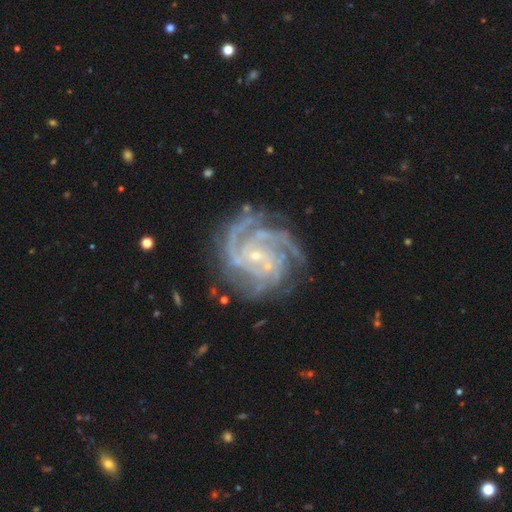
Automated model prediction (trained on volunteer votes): The model was most divided on "spiral arm count" (2-way tie): 4: 29%, 3: 29%, can't tell: 13%, 2: 12%, more than 4: 11%, 1: 7%. More confident: spiral arms — yes (98%); edge-on disk — no (98%); smooth or featured — featured or disk (91%); bulge size — small (85%); merging — none (72%); spiral winding — tight (67%); bar — no (63%).